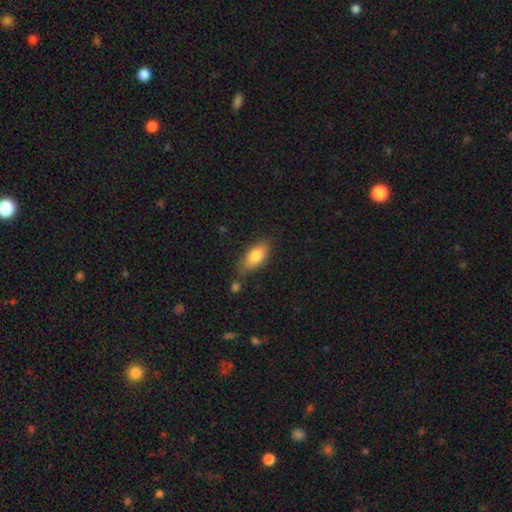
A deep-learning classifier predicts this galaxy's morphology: The model was most divided on "merging": none: 66%, minor disturbance: 20%, merger: 9%, major disturbance: 5%. More confident: how rounded — in between (85%); smooth or featured — smooth (80%).